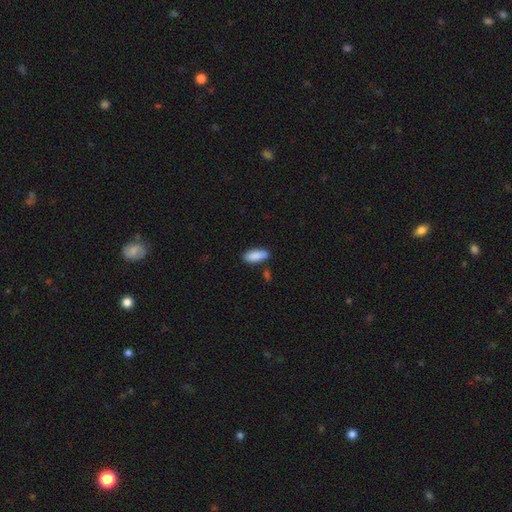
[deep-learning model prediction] A smooth galaxy with no disk features (89%) that is in between round and cigar-shaped (78%). Merging: none (78%).